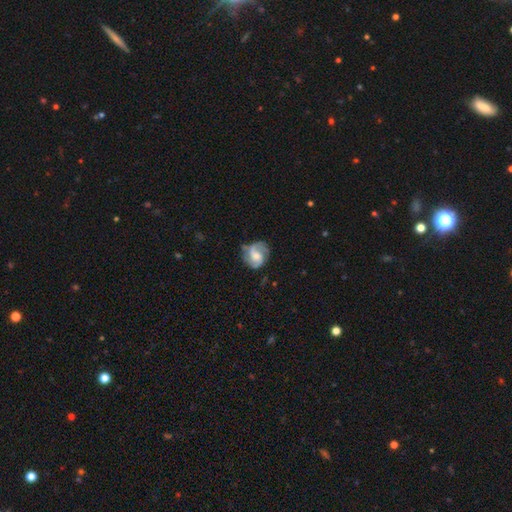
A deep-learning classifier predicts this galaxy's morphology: This is clearly a featured or disk galaxy (80%). It is clearly not viewed edge-on (98%). Bar: possibly no (46%). Spiral arm pattern: clearly yes (96%). Spiral arm count: likely 2 (80%). Spiral winding: possibly medium (49%). Central bulge: possibly moderate (49%). Merging: likely none (71%).